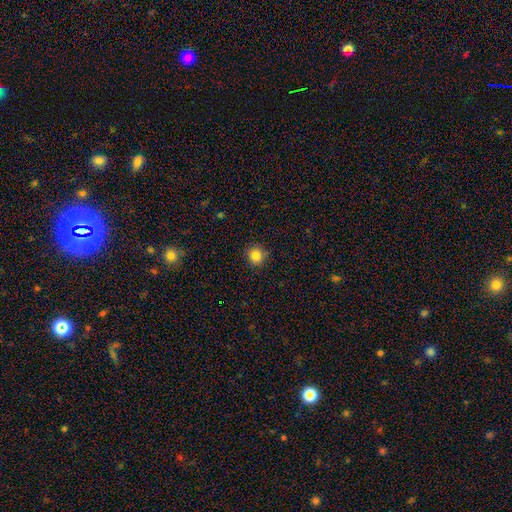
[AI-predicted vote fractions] Q: Smooth or featured?
A: smooth (83%); runner-up: star or artifact (12%)
Q: How rounded?
A: round (91%); runner-up: in between (8%)
Q: Merging?
A: none (89%); runner-up: minor disturbance (8%)